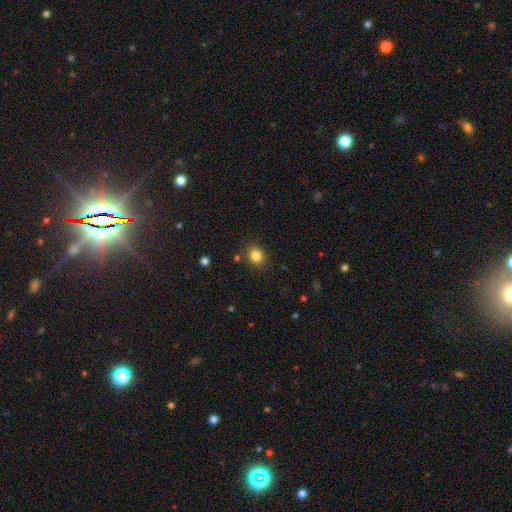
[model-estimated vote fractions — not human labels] The model was most divided on "how rounded": round: 73%, in between: 26%, cigar-shaped: 1%. More confident: merging — none (87%); smooth or featured — smooth (83%).